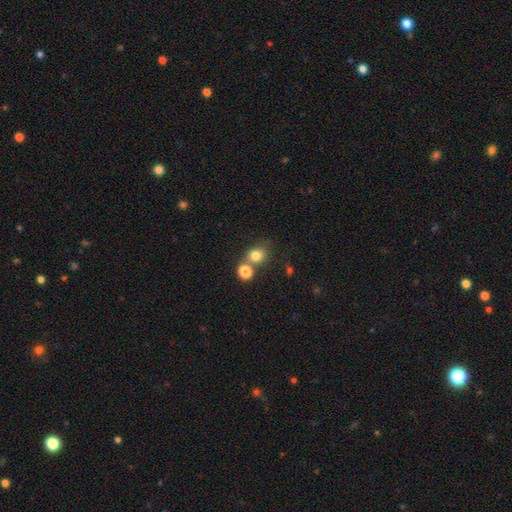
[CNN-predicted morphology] Smooth or featured? smooth (78%)
How rounded? round (73%)
Merging? none (55%)